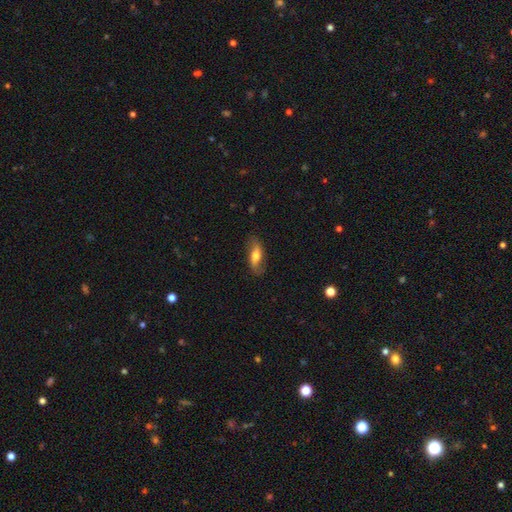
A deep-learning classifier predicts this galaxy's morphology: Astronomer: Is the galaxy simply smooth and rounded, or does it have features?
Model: smooth — 51% (runner-up: featured or disk, 42%).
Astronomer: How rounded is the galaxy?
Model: in between — 68%.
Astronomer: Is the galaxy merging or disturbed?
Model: none — 76%.